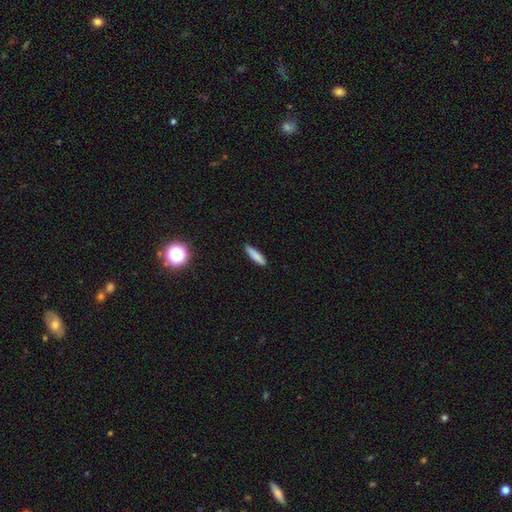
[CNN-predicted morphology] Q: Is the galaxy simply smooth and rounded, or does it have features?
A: smooth — 83%.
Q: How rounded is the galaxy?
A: cigar-shaped — 76%.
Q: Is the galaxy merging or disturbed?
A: none — 86%.